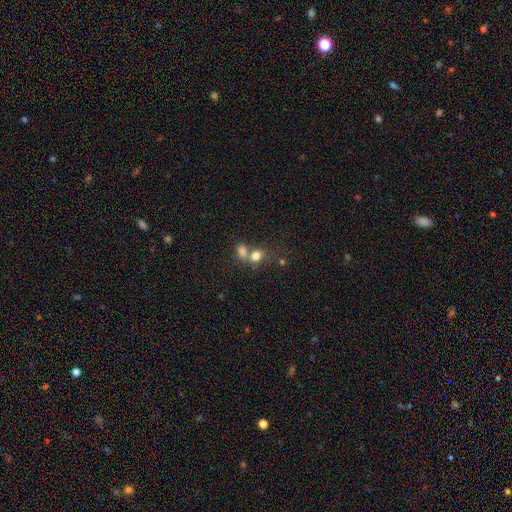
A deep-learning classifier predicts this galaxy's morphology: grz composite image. It shows a smooth galaxy with no disk features (77%) that is in between round and cigar-shaped (54%). Merging: merger (57%).